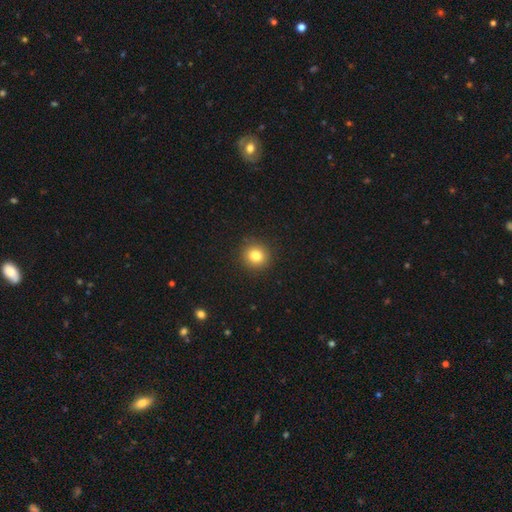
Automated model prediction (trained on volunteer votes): This is clearly a smooth galaxy (82%). How rounded: clearly round (90%). Merging: clearly none (91%).